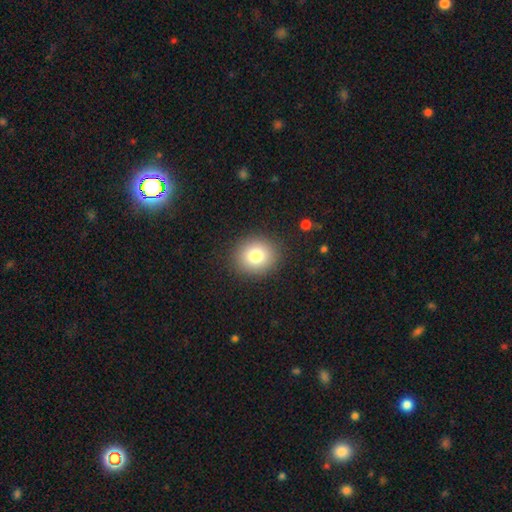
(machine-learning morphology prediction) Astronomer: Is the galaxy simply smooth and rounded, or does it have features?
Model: smooth — 79%.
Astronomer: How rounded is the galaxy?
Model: round — 81%.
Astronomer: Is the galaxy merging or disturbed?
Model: none — 89%.